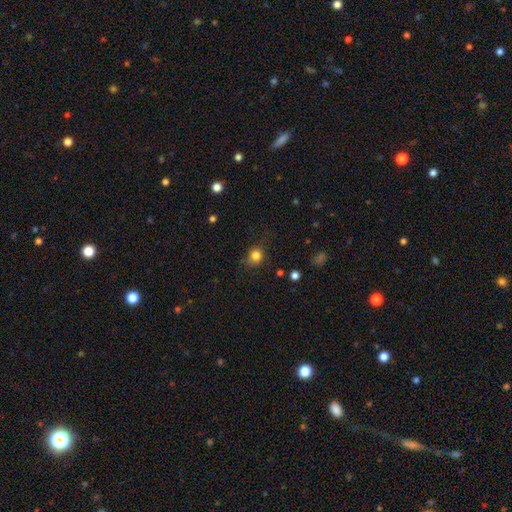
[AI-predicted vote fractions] Smooth or featured: smooth — 82% (star or artifact — 12%)
How rounded: round — 81% (in between — 18%)
Merging: none — 74% (minor disturbance — 19%)